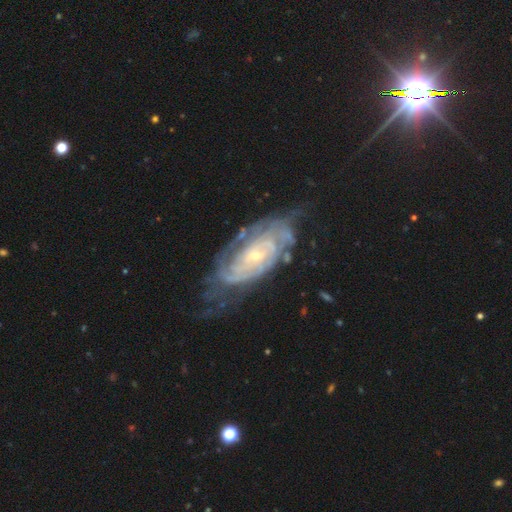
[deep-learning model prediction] This is clearly a featured or disk galaxy (87%). It is clearly not viewed edge-on (93%). Bar: likely no (65%). Spiral arm pattern: clearly yes (95%). Spiral arm count: marginally can't tell (40%). Spiral winding: likely tight (75%). Central bulge: likely small (69%). Merging: likely none (62%).